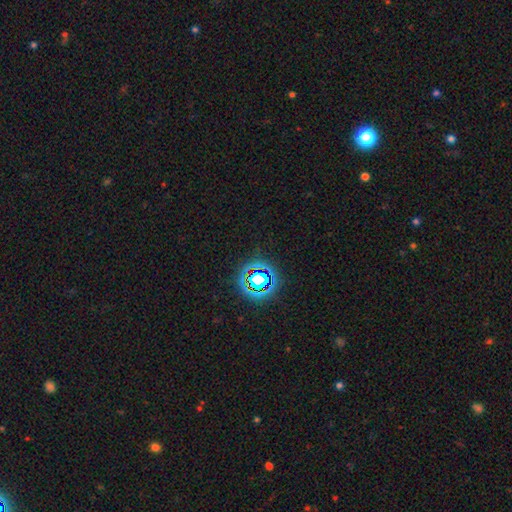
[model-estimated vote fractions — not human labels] Smooth or featured? Predicted: star or artifact (p=0.77).